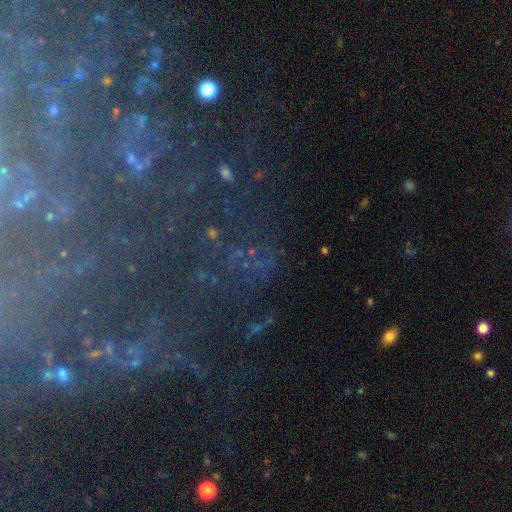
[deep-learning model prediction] This is possibly a featured or disk galaxy (48%). Merging: likely none (70%).